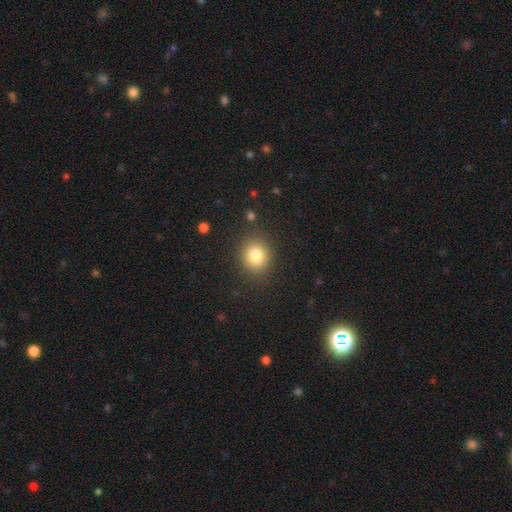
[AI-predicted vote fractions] This appears to be a smooth galaxy with no disk features (81%) that is round (78%). Merging: none (87%).